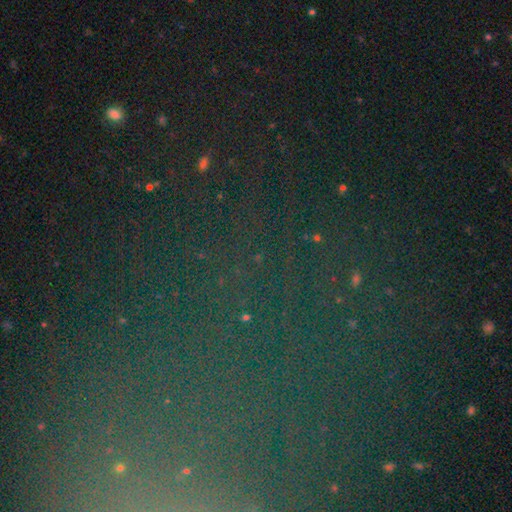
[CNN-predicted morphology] The model was most divided on "smooth or featured": star or artifact: 81%, smooth: 11%, featured or disk: 8%.